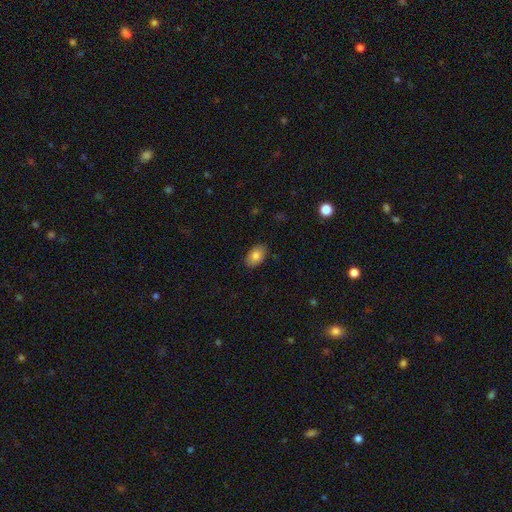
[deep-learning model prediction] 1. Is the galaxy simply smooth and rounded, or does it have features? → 82% smooth, 11% featured or disk, 7% star or artifact.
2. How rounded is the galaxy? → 91% in between, 8% round, 1% cigar-shaped.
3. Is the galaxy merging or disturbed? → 87% none, 10% minor disturbance, 2% major disturbance, 1% merger.